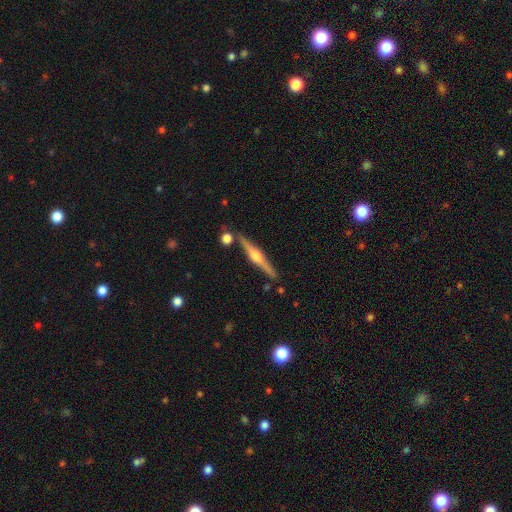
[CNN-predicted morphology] smooth_or_featured: featured or disk (p=0.81) [alt: smooth p=0.14]
disk_edge_on: yes (p=0.98) [alt: no p=0.02]
edge_on_bulge: rounded (p=0.90) [alt: boxy p=0.07]
merging: none (p=0.86) [alt: minor disturbance p=0.08]